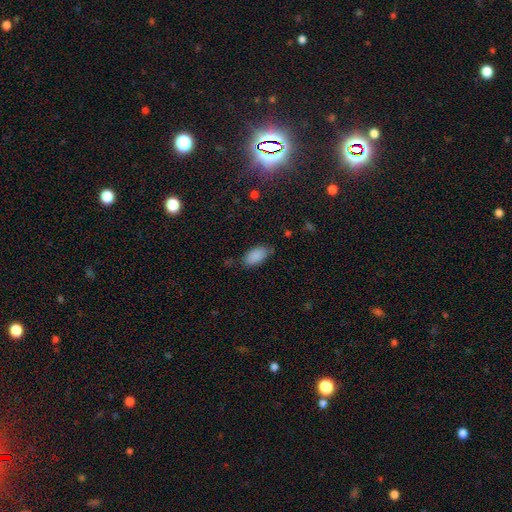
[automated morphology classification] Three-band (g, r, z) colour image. It shows a smooth galaxy with no disk features (88%) that is in between round and cigar-shaped (94%). Merging: none (71%).